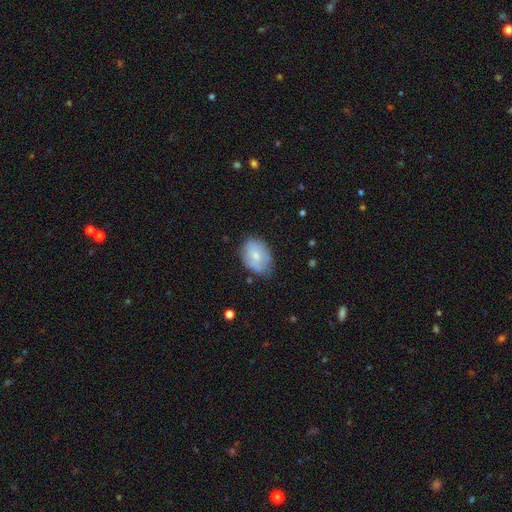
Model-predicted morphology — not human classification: This appears to be a smooth galaxy with no disk features (68%) that is in between round and cigar-shaped (79%). Merging: none (63%).